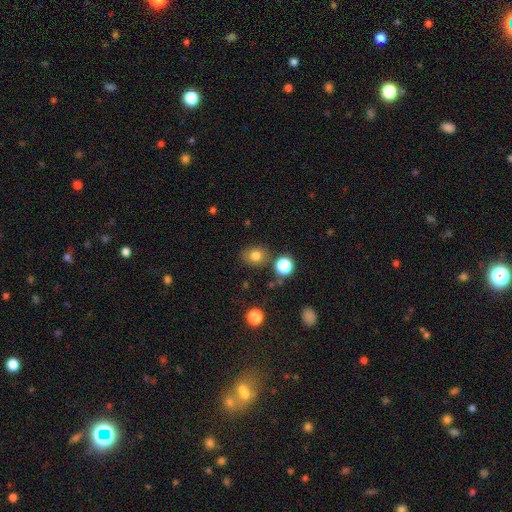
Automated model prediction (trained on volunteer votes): This appears to be a smooth galaxy with no disk features (79%) that is round (61%). Merging: none (78%).